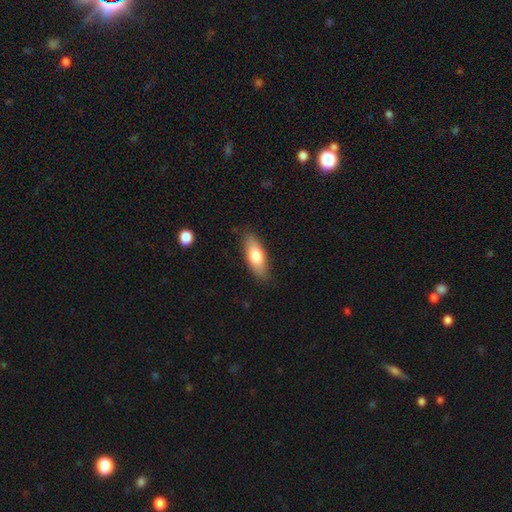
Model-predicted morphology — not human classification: Q: Smooth or featured?
A: smooth (73%); runner-up: featured or disk (21%)
Q: How rounded?
A: in between (71%); runner-up: cigar-shaped (27%)
Q: Merging?
A: none (85%); runner-up: minor disturbance (12%)